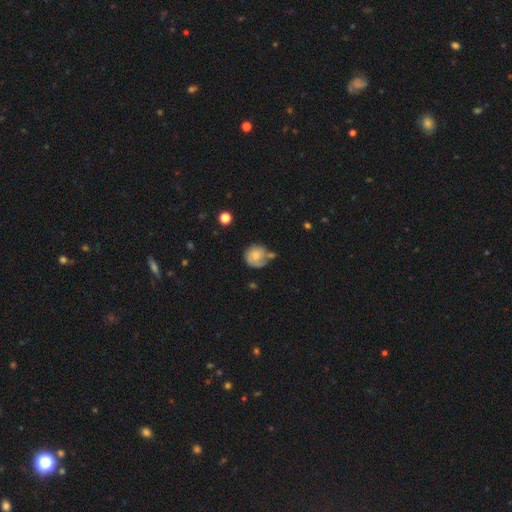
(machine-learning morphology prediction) Smooth or featured?
  - smooth: 51% *
  - featured or disk: 41%
  - star or artifact: 8%
How rounded?
  - round: 85% *
  - in between: 14%
  - cigar-shaped: 1%
Merging?
  - none: 51% *
  - minor disturbance: 25%
  - merger: 13%
  - major disturbance: 12%